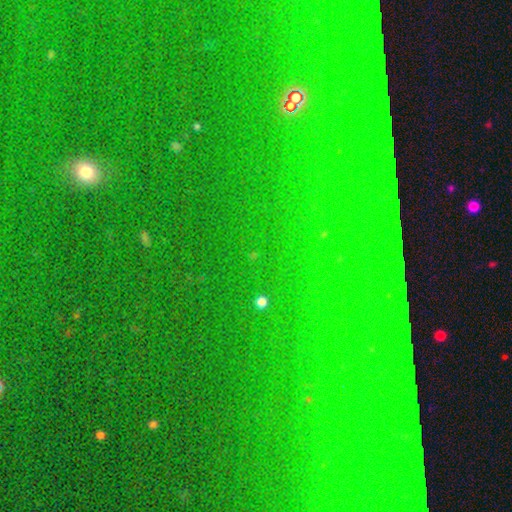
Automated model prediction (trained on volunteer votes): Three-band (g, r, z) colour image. It shows a star or artifact, not a galaxy (77%).